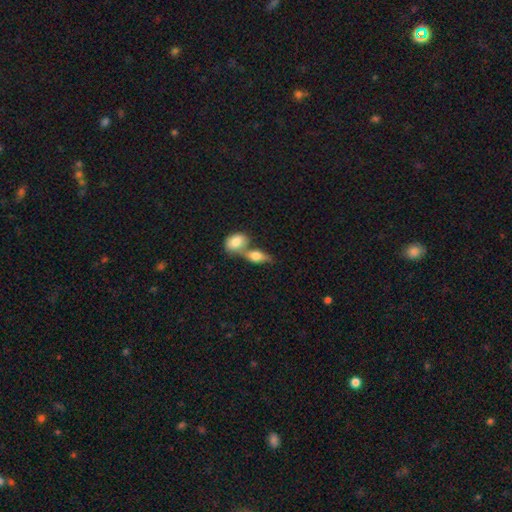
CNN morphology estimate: Q: Smooth or featured?
A: smooth (72%); runner-up: featured or disk (21%)
Q: How rounded?
A: in between (80%); runner-up: round (11%)
Q: Merging?
A: merger (61%); runner-up: none (26%)